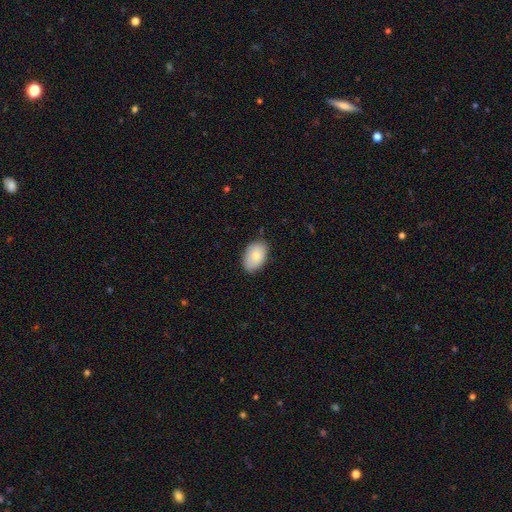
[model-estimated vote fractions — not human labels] Morphology: type=smooth (77%); roundness=in between (88%); merging=none (79%).